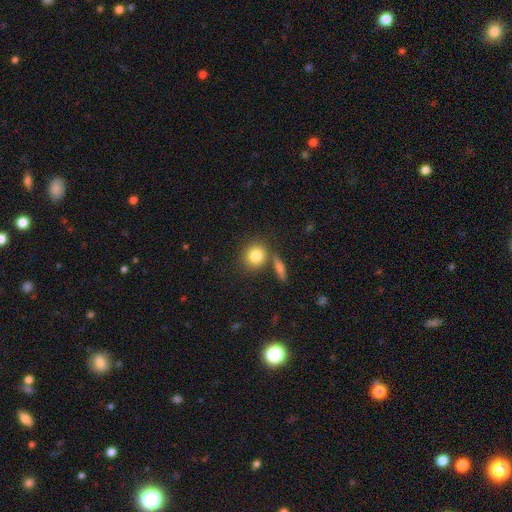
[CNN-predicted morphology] The model was most divided on "merging": none: 70%, merger: 17%, minor disturbance: 10%, major disturbance: 3%. More confident: how rounded — round (82%); smooth or featured — smooth (82%).